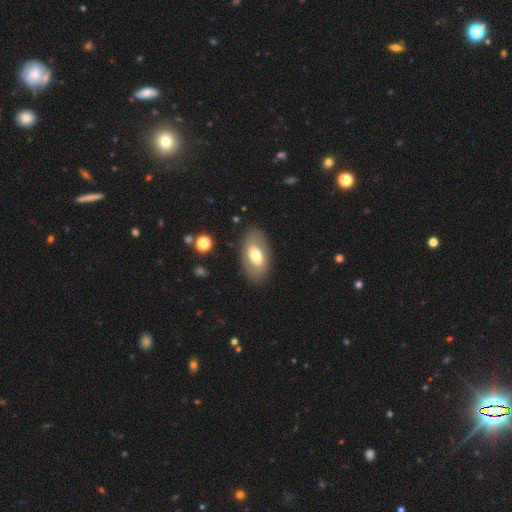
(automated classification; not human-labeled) Smooth or featured? Predicted: smooth (p=0.60). How rounded? Predicted: in between (p=0.92). Merging? Predicted: none (p=0.83).